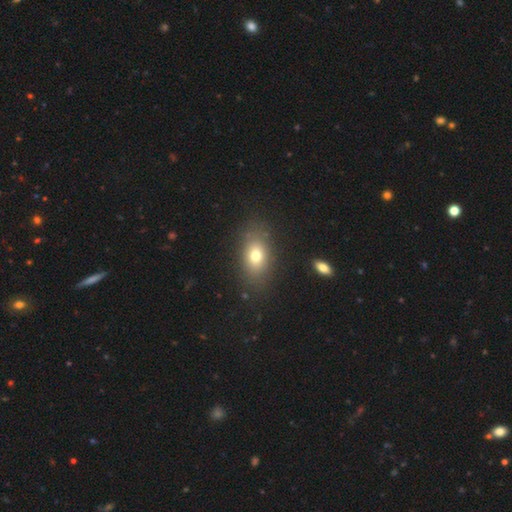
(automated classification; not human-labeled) This appears to be a smooth galaxy with no disk features (75%) that is in between round and cigar-shaped (82%). Merging: none (82%).